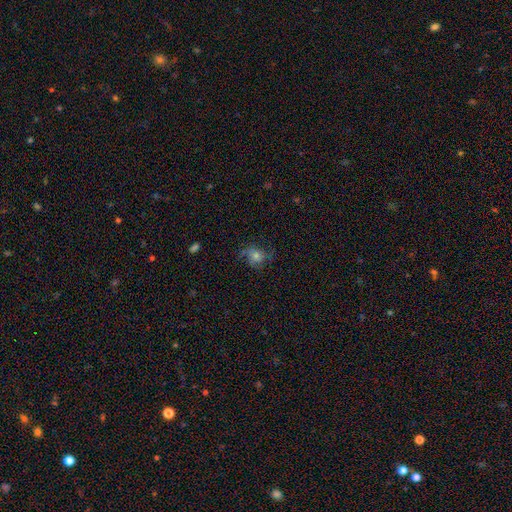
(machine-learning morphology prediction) smooth 46%, featured or disk 41%, star or artifact 13%. Down the decision tree: merging — none (54%).